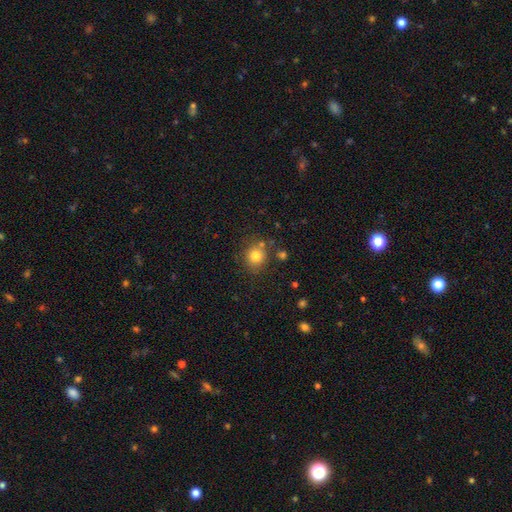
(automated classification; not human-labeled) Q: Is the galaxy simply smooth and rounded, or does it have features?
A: smooth — 80%.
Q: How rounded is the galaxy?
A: round — 87%.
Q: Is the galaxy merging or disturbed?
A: none — 77%.